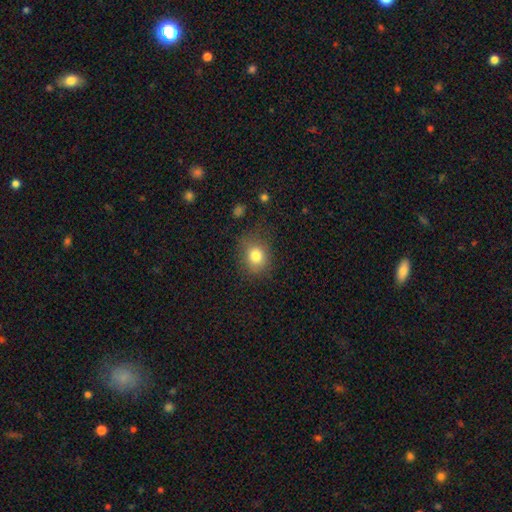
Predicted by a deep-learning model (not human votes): Q: Smooth or featured?
A: smooth (80%); runner-up: star or artifact (11%)
Q: How rounded?
A: round (59%); runner-up: in between (40%)
Q: Merging?
A: none (69%); runner-up: minor disturbance (20%)